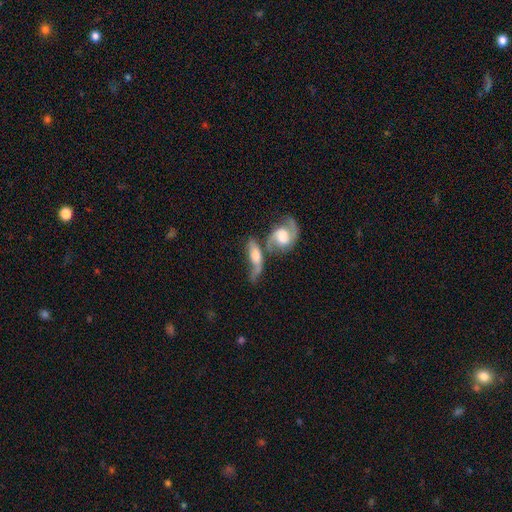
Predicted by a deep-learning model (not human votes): Morphology: type=featured or disk (64%); edge-on=no (81%); bar=no (53%); spiral arms=yes (85%); bulge=moderate (39%); merging=merger (53%).